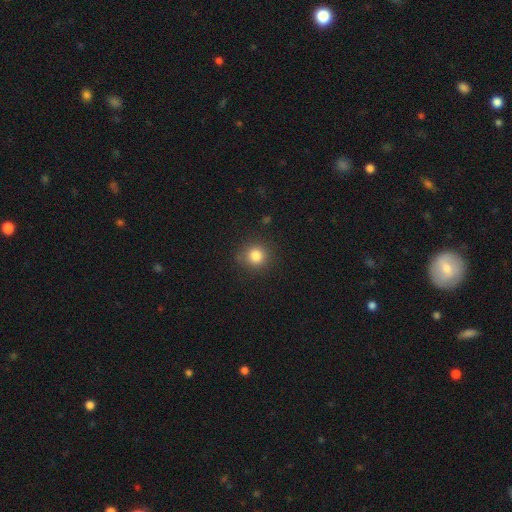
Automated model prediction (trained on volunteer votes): Overall: smooth (82%). How rounded: round (91%). Merging: none (86%).